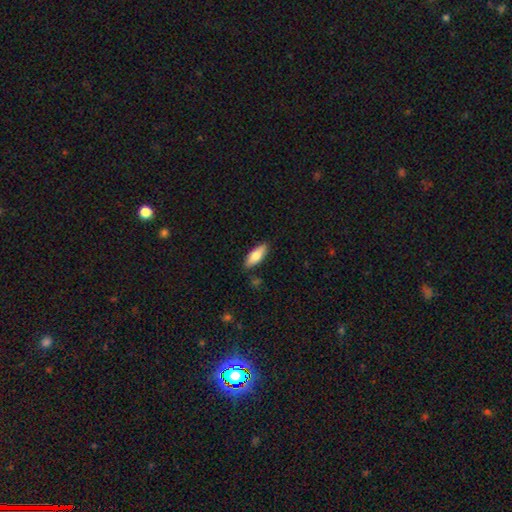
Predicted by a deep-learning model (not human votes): Q: Smooth or featured?
A: smooth (75%); runner-up: featured or disk (19%)
Q: How rounded?
A: in between (66%); runner-up: cigar-shaped (32%)
Q: Merging?
A: none (85%); runner-up: minor disturbance (11%)